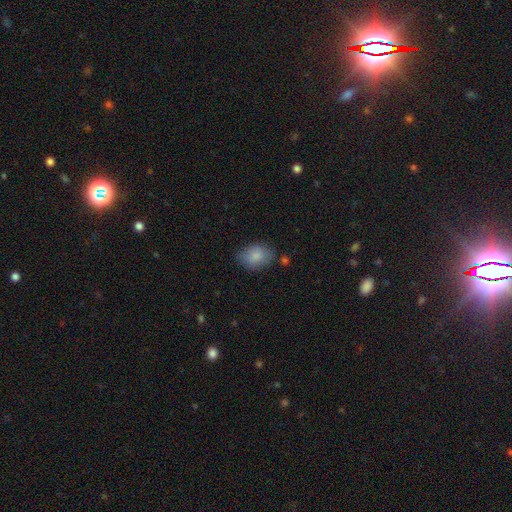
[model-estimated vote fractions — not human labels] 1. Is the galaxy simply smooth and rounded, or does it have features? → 85% smooth, 8% featured or disk, 7% star or artifact.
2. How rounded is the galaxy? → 75% in between, 23% round, 1% cigar-shaped.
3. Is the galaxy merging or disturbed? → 69% none, 23% minor disturbance, 5% major disturbance, 3% merger.